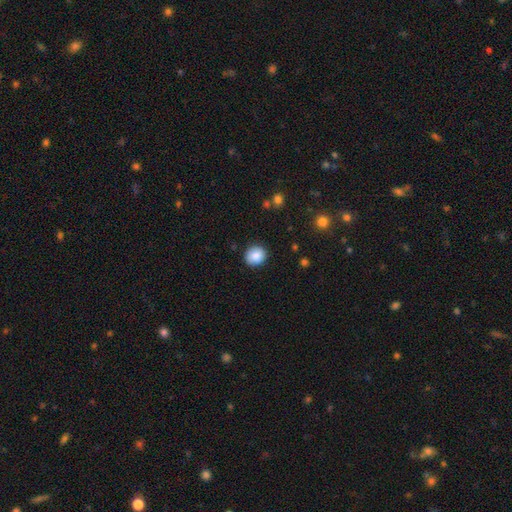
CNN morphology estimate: smooth-or-featured: smooth: 87% | star or artifact: 8% | featured or disk: 5%
  how-rounded: round: 84% | in between: 15% | cigar-shaped: 1%
  merging: none: 88% | minor disturbance: 8% | major disturbance: 2% | merger: 1%